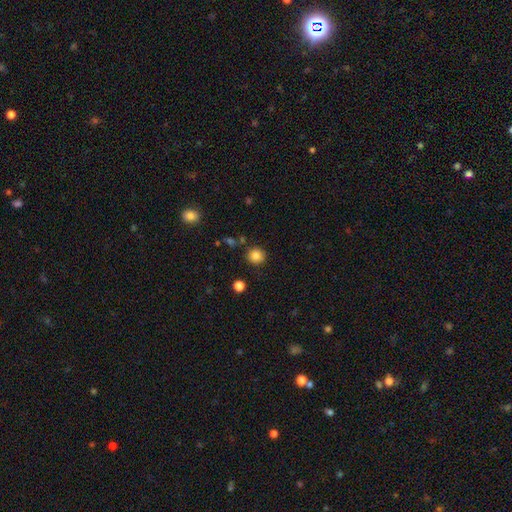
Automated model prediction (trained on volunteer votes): This appears to be a smooth galaxy with no disk features (83%) that is round (91%). Merging: none (88%).